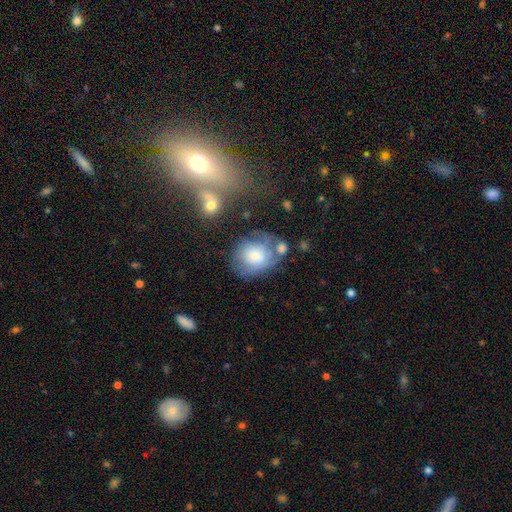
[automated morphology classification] smooth-or-featured: smooth: 51% | featured or disk: 39% | star or artifact: 9%
  how-rounded: round: 62% | in between: 36% | cigar-shaped: 1%
  merging: none: 43% | minor disturbance: 24% | major disturbance: 19% | merger: 15%